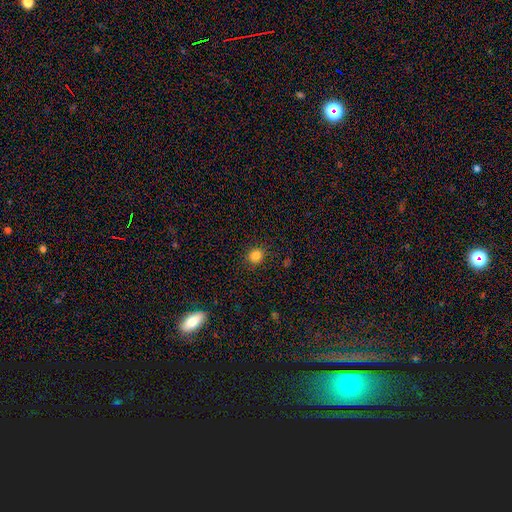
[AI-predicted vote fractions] Overall: smooth (83%). How rounded: round (85%). Merging: none (88%).